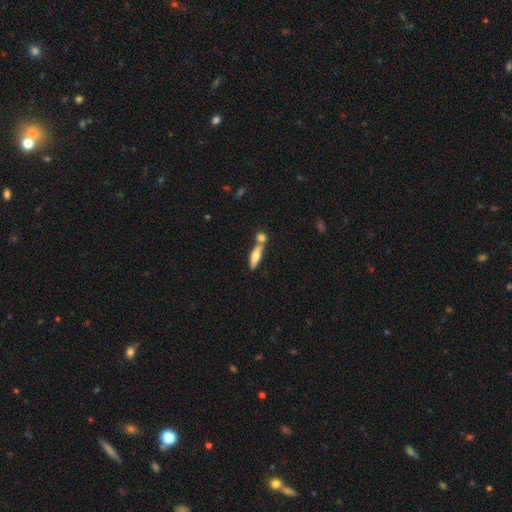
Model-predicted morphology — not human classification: Overall: smooth (65%; featured or disk 29%). How rounded: cigar-shaped (61%; in between 36%). Merging: none (50%; merger 36%).